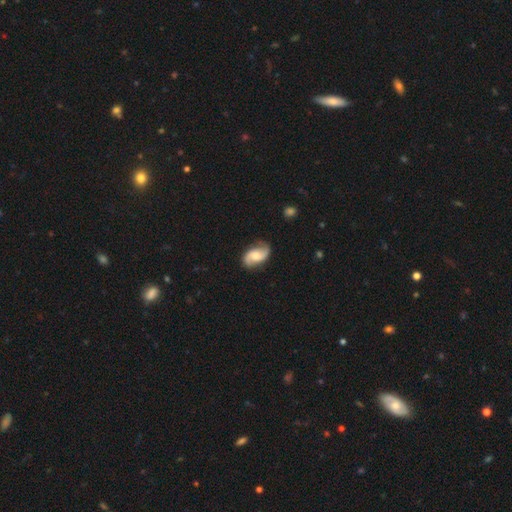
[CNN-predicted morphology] smooth_or_featured: featured or disk (p=0.77) [alt: smooth p=0.17]
disk_edge_on: no (p=0.97) [alt: yes p=0.03]
bar: no (p=0.56) [alt: weak p=0.36]
has_spiral_arms: yes (p=0.96) [alt: no p=0.04]
spiral_winding: loose (p=0.51) [alt: medium p=0.36]
spiral_arm_count: 2 (p=0.92) [alt: can't tell p=0.03]
bulge_size: moderate (p=0.52) [alt: small p=0.27]
merging: none (p=0.80) [alt: minor disturbance p=0.15]